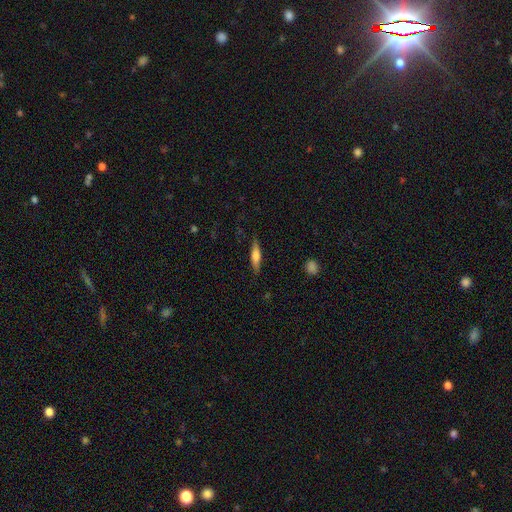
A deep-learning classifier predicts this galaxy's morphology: smooth-or-featured: smooth: 56% | featured or disk: 37% | star or artifact: 6%
  how-rounded: cigar-shaped: 73% | in between: 25% | round: 2%
  merging: none: 85% | minor disturbance: 11% | major disturbance: 2% | merger: 1%